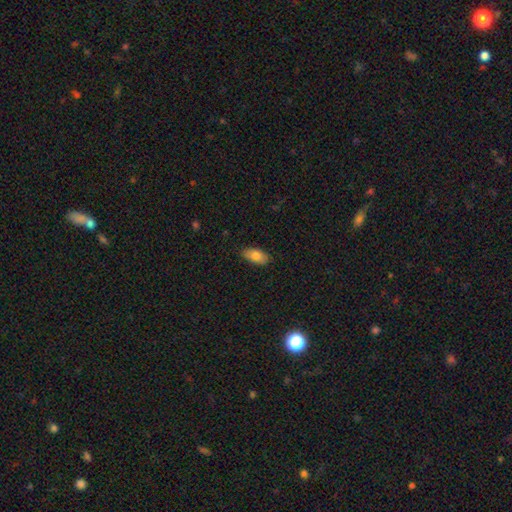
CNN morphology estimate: smooth 82%, featured or disk 11%, star or artifact 7%. Down the decision tree: how rounded — in between (91%); merging — none (85%).